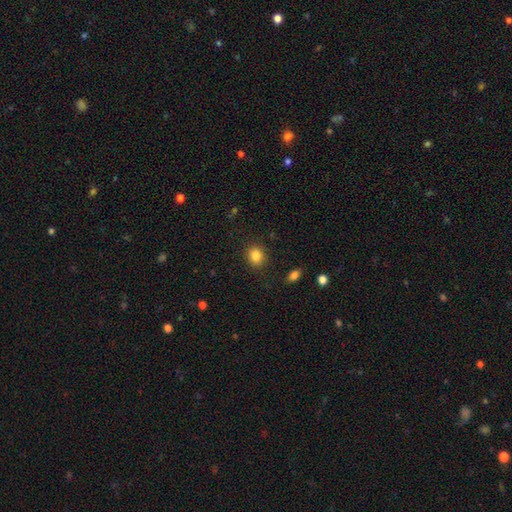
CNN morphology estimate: Q: Smooth or featured?
A: smooth (84%); runner-up: star or artifact (11%)
Q: How rounded?
A: round (70%); runner-up: in between (29%)
Q: Merging?
A: none (89%); runner-up: minor disturbance (7%)